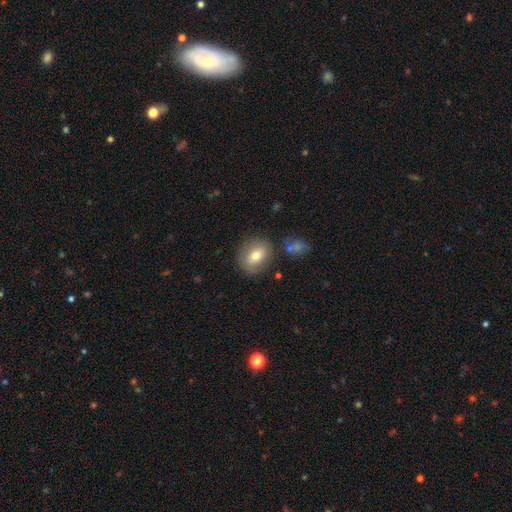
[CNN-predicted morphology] type=smooth (72%); roundness=round (50%); merging=none (78%).